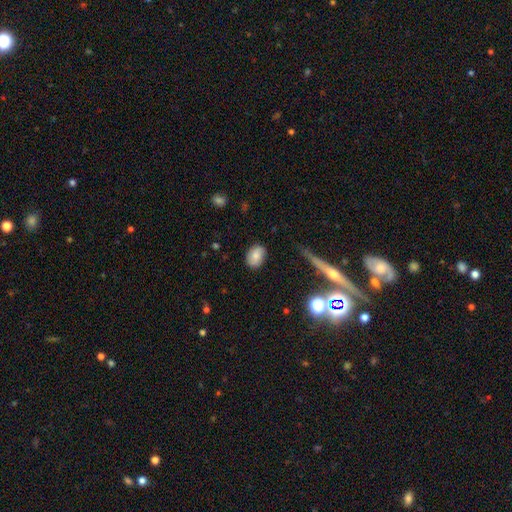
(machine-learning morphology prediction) Smooth or featured: smooth — 80% (featured or disk — 12%)
How rounded: in between — 77% (round — 21%)
Merging: none — 84% (minor disturbance — 12%)